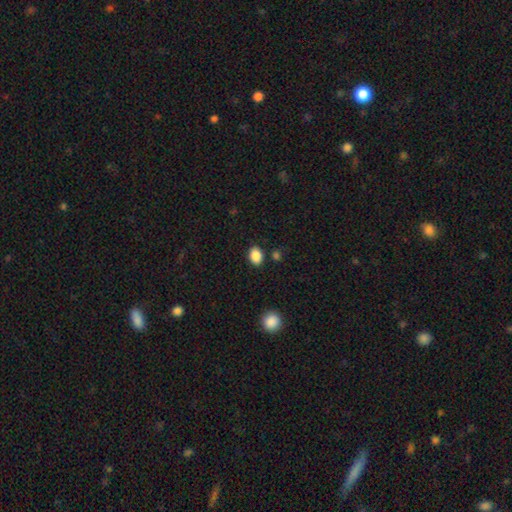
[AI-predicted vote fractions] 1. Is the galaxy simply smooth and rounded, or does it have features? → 88% smooth, 9% star or artifact, 4% featured or disk.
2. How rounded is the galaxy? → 66% in between, 33% round, 1% cigar-shaped.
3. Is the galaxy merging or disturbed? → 85% none, 10% minor disturbance, 3% merger, 3% major disturbance.